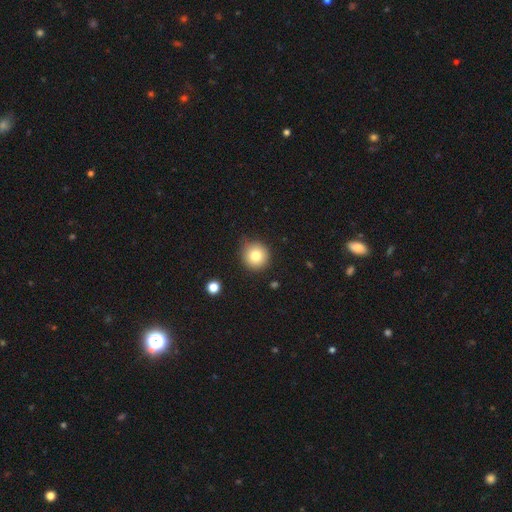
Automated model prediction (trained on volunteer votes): The model was most divided on "merging": none: 81%, minor disturbance: 14%, major disturbance: 3%, merger: 2%. More confident: how rounded — round (94%); smooth or featured — smooth (80%).